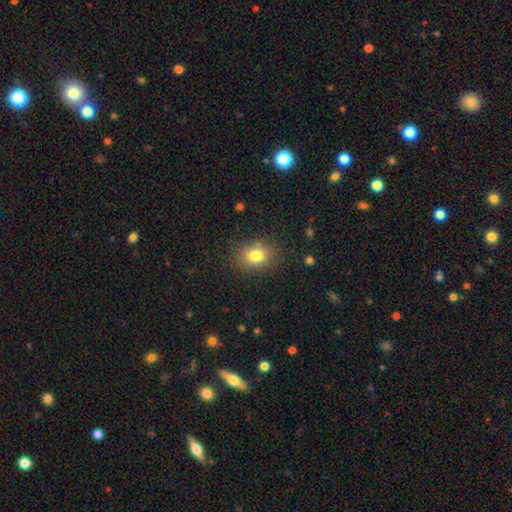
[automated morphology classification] This is clearly a smooth galaxy (80%). How rounded: possibly in between (60%). Merging: clearly none (85%).